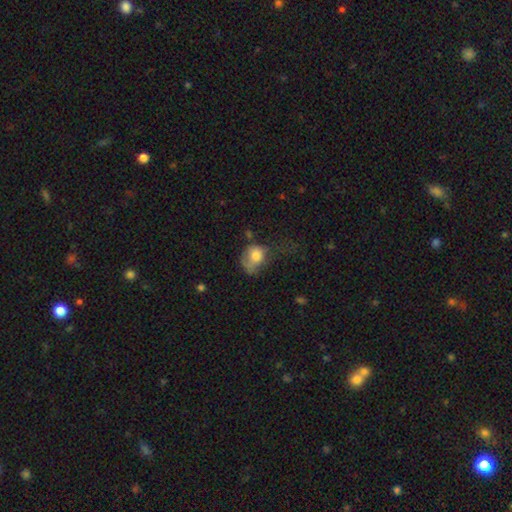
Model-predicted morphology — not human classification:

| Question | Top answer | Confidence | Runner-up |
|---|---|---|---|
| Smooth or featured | smooth | 71% | featured or disk (19%) |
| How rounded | in between | 54% | round (45%) |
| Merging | major disturbance | 46% | minor disturbance (27%) |